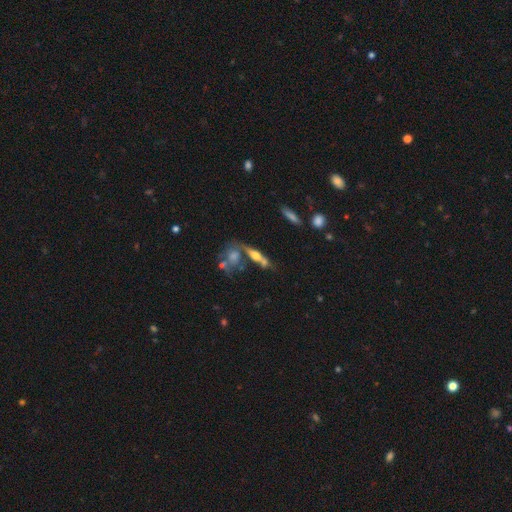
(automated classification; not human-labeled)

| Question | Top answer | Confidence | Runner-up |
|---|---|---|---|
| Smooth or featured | featured or disk | 55% | smooth (34%) |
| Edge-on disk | yes | 77% | no (23%) |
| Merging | none | 45% | merger (30%) |